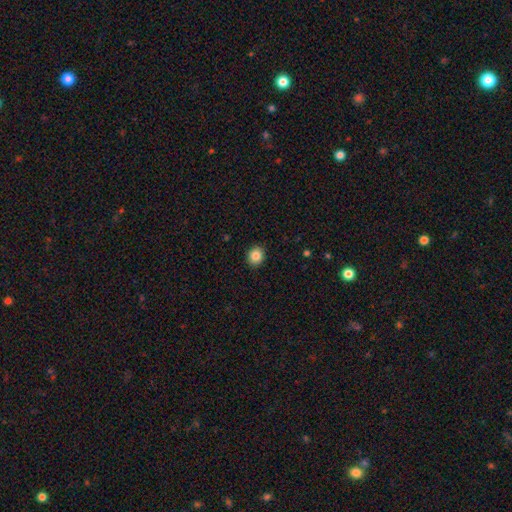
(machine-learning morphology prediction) smooth 86%, star or artifact 10%, featured or disk 5%. Down the decision tree: how rounded — round (76%); merging — none (91%).